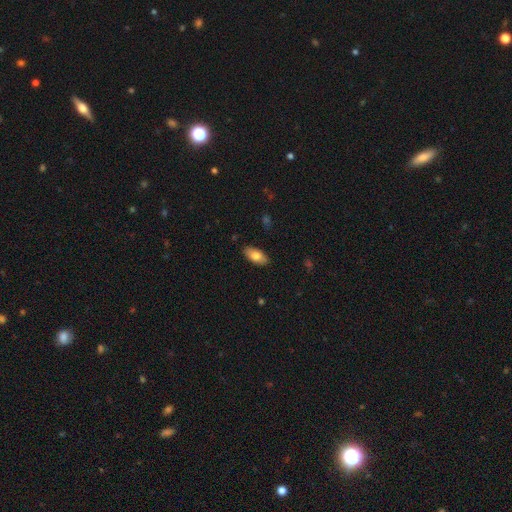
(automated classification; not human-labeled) Smooth or featured? Predicted: smooth (p=0.79). How rounded? Predicted: in between (p=0.90). Merging? Predicted: none (p=0.88).